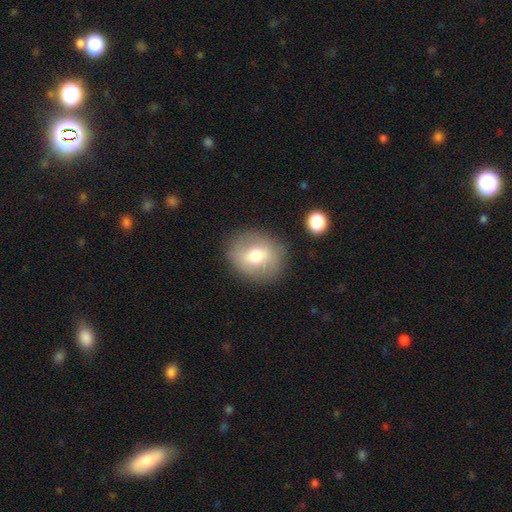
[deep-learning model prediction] Smooth or featured: smooth — 63% (featured or disk — 28%)
How rounded: round — 75% (in between — 24%)
Merging: none — 85% (minor disturbance — 10%)